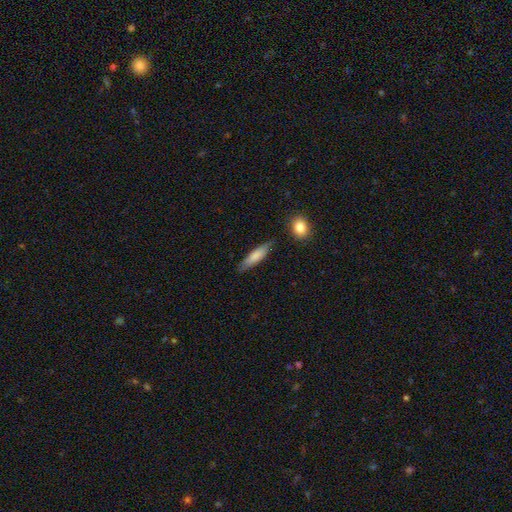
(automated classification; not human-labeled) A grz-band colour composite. It shows a smooth galaxy with no disk features (76%) that is cigar-shaped (72%). Merging: none (80%).